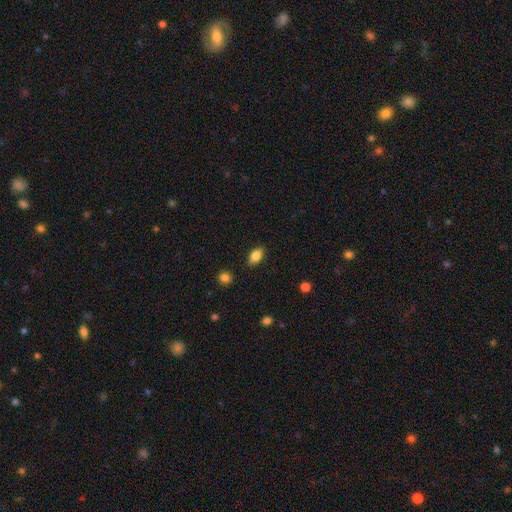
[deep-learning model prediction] This is clearly a smooth galaxy (84%). How rounded: clearly in between (89%). Merging: clearly none (87%).